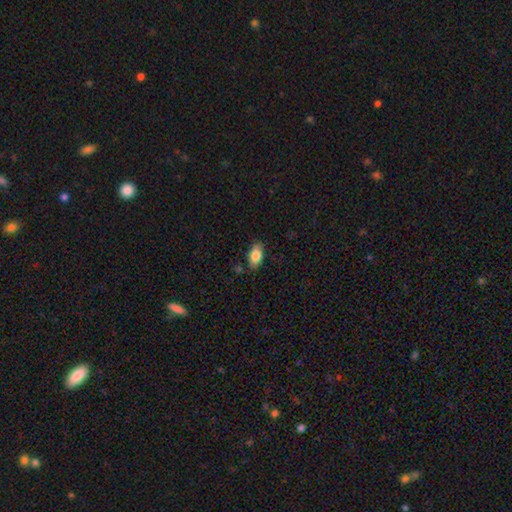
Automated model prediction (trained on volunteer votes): Smooth or featured: smooth — 82% (featured or disk — 10%)
How rounded: in between — 91% (cigar-shaped — 5%)
Merging: none — 82% (minor disturbance — 13%)